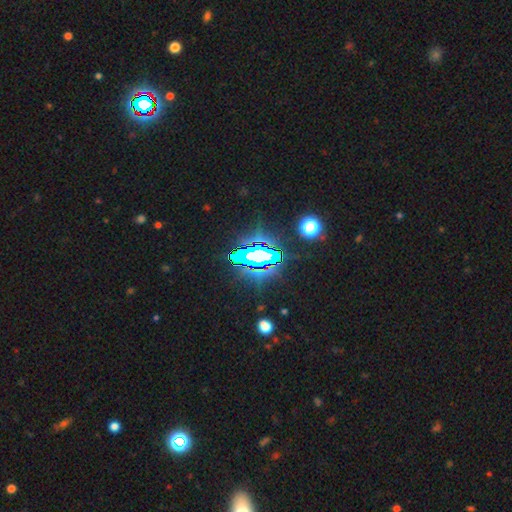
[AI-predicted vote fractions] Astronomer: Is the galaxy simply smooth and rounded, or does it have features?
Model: star or artifact — 72%.